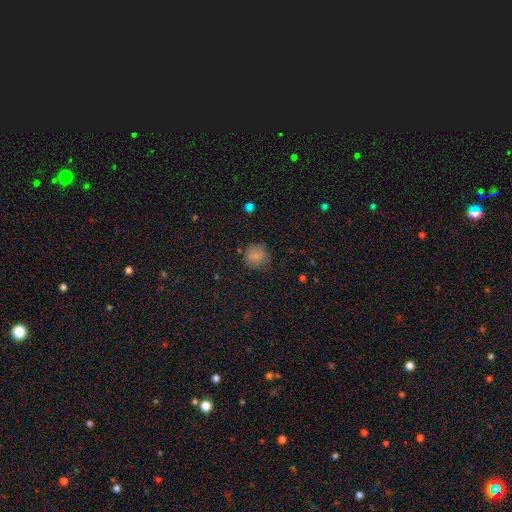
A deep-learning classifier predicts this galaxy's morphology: type=smooth (83%); roundness=round (89%); merging=none (81%).